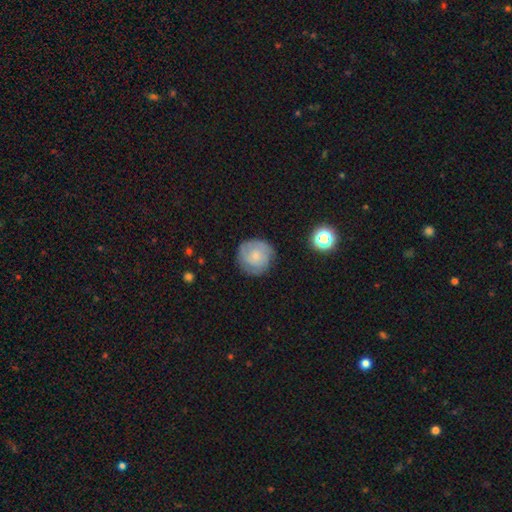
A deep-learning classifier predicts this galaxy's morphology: This is possibly a smooth galaxy (47%). Merging: likely none (78%).